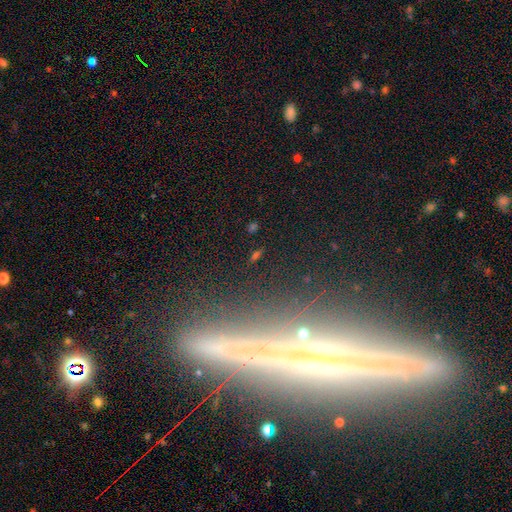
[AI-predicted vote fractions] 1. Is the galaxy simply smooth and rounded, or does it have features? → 48% star or artifact, 29% smooth, 22% featured or disk.